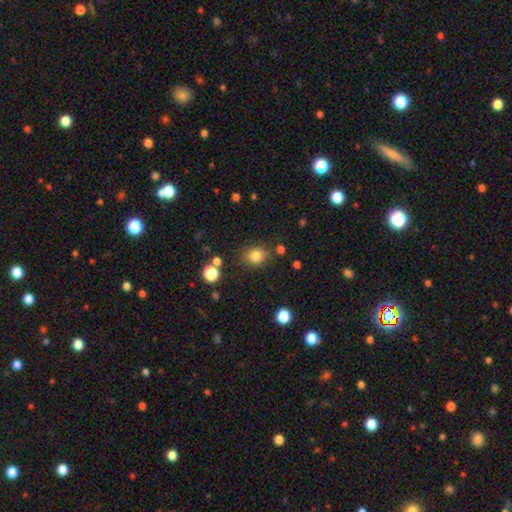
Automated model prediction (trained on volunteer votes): Smooth or featured? smooth (82%)
How rounded? round (63%)
Merging? none (80%)